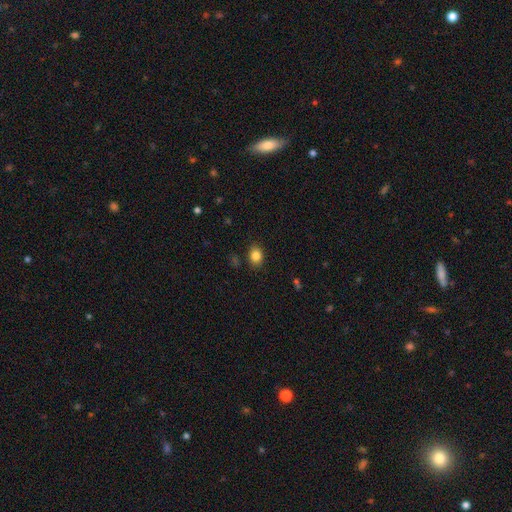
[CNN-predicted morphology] type=smooth (84%); roundness=in between (60%); merging=none (85%).